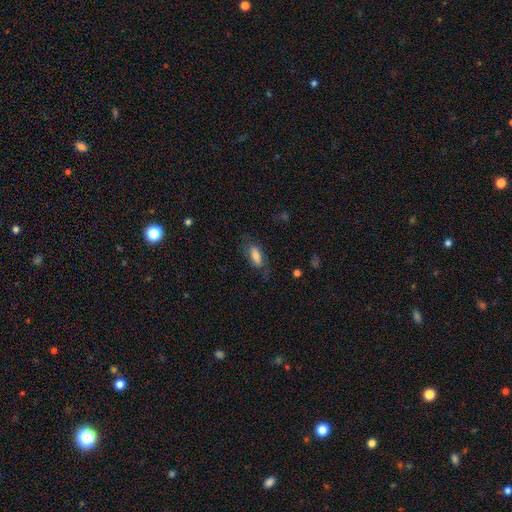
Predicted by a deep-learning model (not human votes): The model was most divided on "merging": none: 63%, minor disturbance: 21%, major disturbance: 14%, merger: 2%. More confident: how rounded — in between (80%); smooth or featured — smooth (69%).